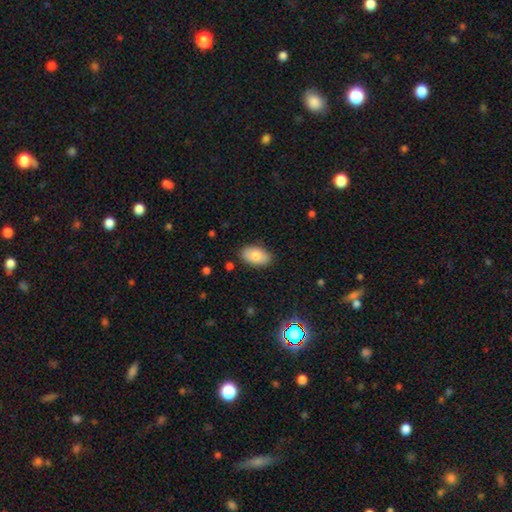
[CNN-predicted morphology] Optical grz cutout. It shows a smooth galaxy with no disk features (81%) that is in between round and cigar-shaped (93%). Merging: none (86%).